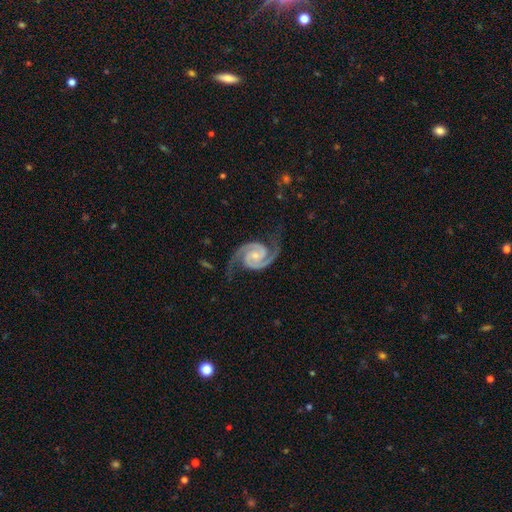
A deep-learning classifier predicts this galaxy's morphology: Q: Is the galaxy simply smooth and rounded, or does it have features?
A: featured or disk — 94%.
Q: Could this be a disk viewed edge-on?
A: no — 98%.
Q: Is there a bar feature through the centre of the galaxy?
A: no — 62%.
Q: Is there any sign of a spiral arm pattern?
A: yes — 99%.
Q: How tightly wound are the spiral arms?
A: medium — 53%.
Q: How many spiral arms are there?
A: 2 — 94%.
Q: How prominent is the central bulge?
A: small — 62%.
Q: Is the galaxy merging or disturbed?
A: none — 79%.